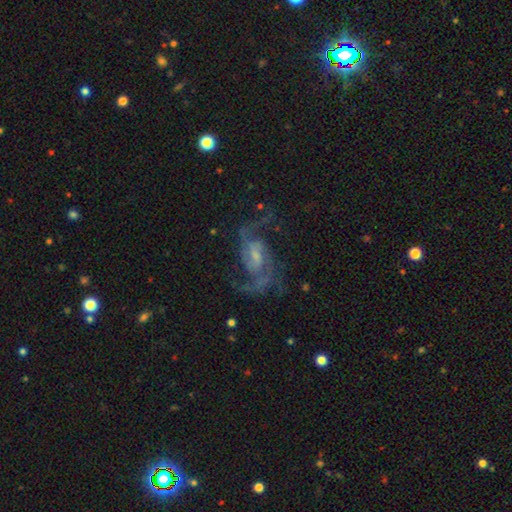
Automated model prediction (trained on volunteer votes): The model was most divided on "spiral winding": medium: 46%, loose: 42%, tight: 12%. More confident: edge-on disk — no (97%); spiral arms — yes (95%); smooth or featured — featured or disk (87%); spiral arm count — 2 (73%); merging — none (60%); bulge size — small (53%); bar — weak (51%).